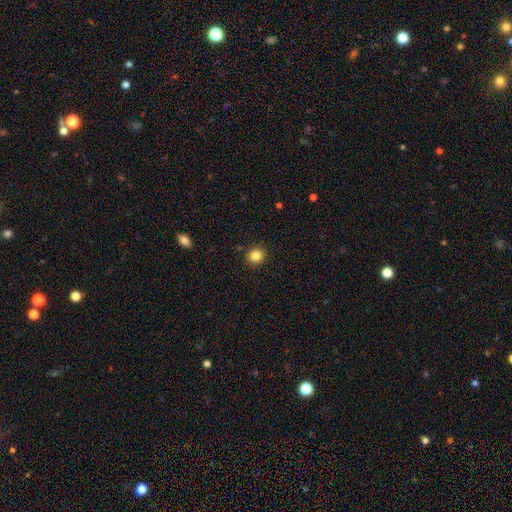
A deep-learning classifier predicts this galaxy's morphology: This is clearly a smooth galaxy (84%). How rounded: clearly round (83%). Merging: clearly none (90%).